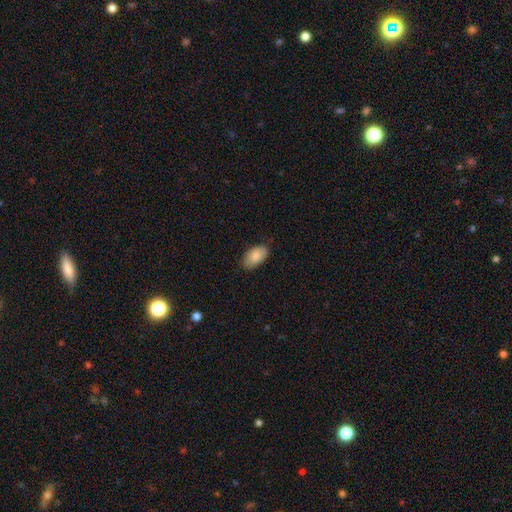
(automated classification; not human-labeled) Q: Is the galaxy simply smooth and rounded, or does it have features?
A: smooth — 86%.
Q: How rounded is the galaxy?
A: in between — 95%.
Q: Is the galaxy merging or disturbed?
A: none — 80%.